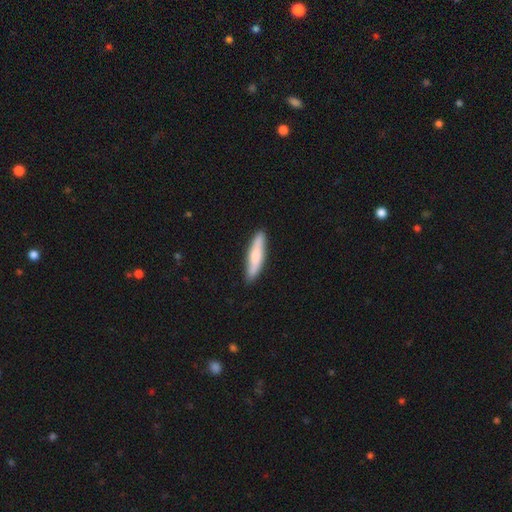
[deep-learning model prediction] Q: Smooth or featured?
A: smooth (69%); runner-up: featured or disk (26%)
Q: How rounded?
A: cigar-shaped (85%); runner-up: in between (13%)
Q: Merging?
A: none (86%); runner-up: minor disturbance (11%)